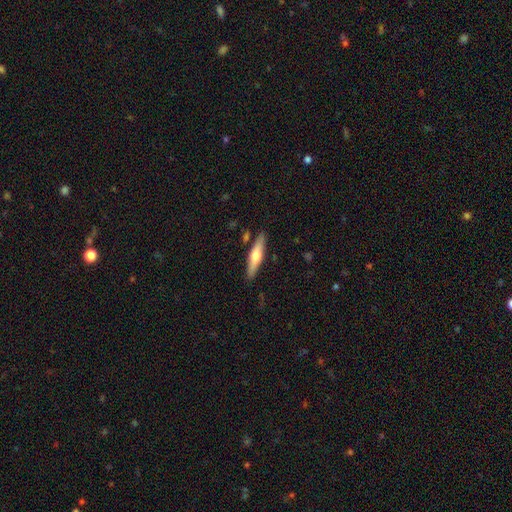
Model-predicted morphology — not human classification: Smooth or featured? featured or disk (51%)
Edge-on disk? yes (95%)
Merging? none (86%)